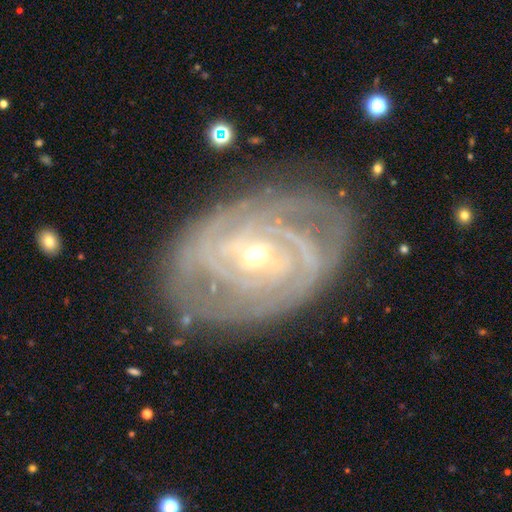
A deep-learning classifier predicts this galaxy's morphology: featured or disk 91%, star or artifact 5%, smooth 4%. Down the decision tree: edge-on disk — no (96%); bar — no (41%); spiral arms — yes (98%); spiral arm count — 3 (24%); spiral winding — tight (80%); bulge size — small (51%); merging — none (78%).